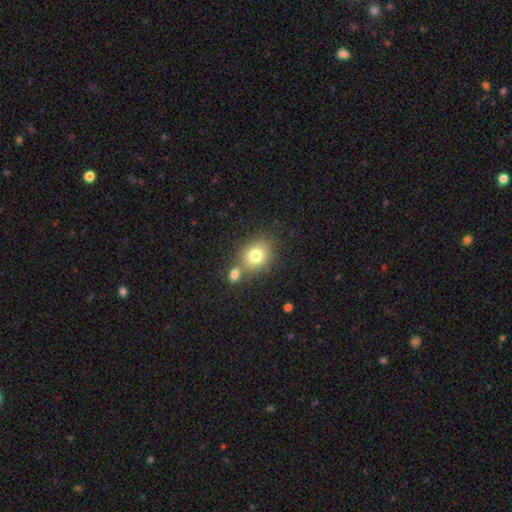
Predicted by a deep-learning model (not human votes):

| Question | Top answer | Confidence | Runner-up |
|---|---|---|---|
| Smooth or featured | smooth | 77% | featured or disk (12%) |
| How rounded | round | 56% | in between (43%) |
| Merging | none | 57% | merger (28%) |